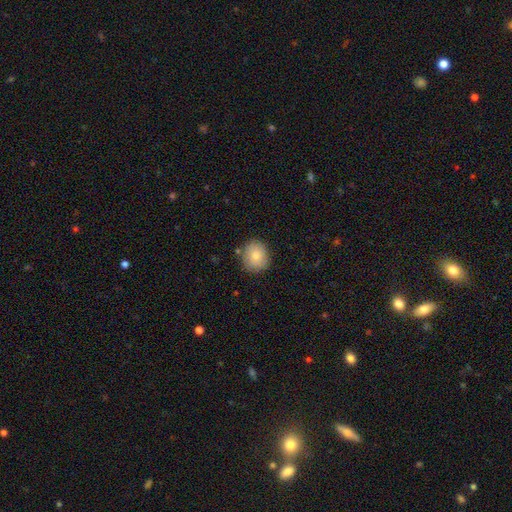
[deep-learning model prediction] smooth-or-featured: smooth: 81% | featured or disk: 11% | star or artifact: 8%
  how-rounded: round: 80% | in between: 20% | cigar-shaped: 1%
  merging: none: 84% | minor disturbance: 11% | major disturbance: 2% | merger: 2%